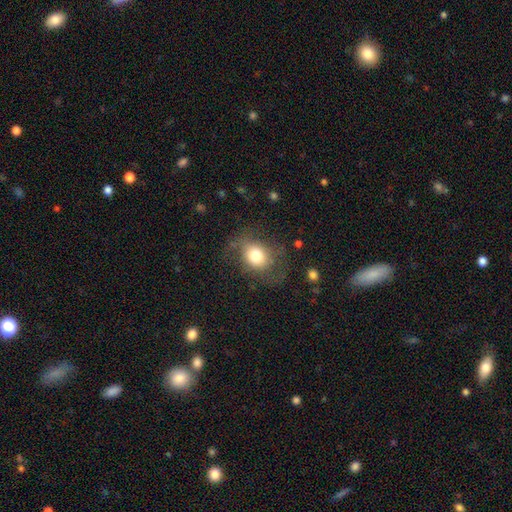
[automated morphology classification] Q: Smooth or featured?
A: smooth (71%); runner-up: featured or disk (18%)
Q: How rounded?
A: round (62%); runner-up: in between (38%)
Q: Merging?
A: none (57%); runner-up: minor disturbance (22%)